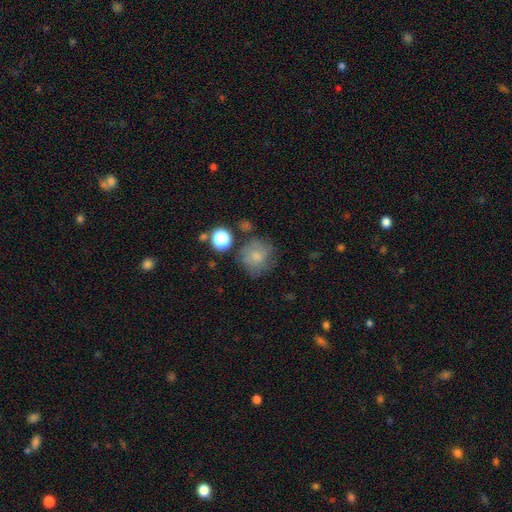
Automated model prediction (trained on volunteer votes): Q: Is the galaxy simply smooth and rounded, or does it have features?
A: smooth — 72%.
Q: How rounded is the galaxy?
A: round — 85%.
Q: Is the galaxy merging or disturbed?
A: none — 65%.